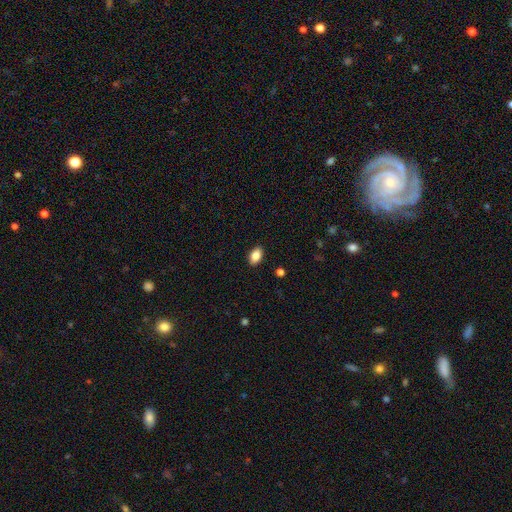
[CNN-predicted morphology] Smooth or featured? Predicted: smooth (p=0.85). How rounded? Predicted: in between (p=0.91). Merging? Predicted: none (p=0.89).